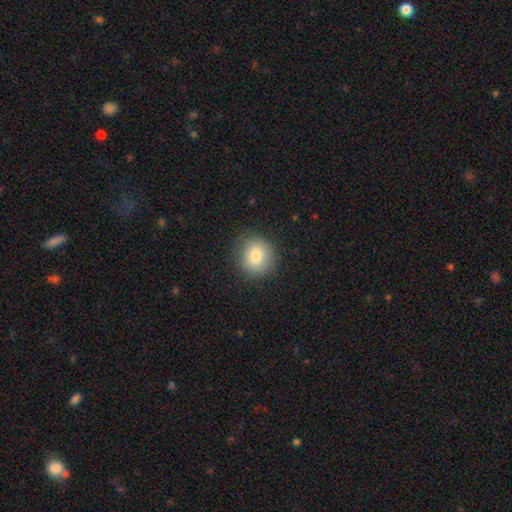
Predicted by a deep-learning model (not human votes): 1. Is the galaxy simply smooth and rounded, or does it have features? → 82% smooth, 9% star or artifact, 9% featured or disk.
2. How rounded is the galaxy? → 85% round, 14% in between, 1% cigar-shaped.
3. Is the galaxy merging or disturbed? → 85% none, 11% minor disturbance, 3% major disturbance, 1% merger.